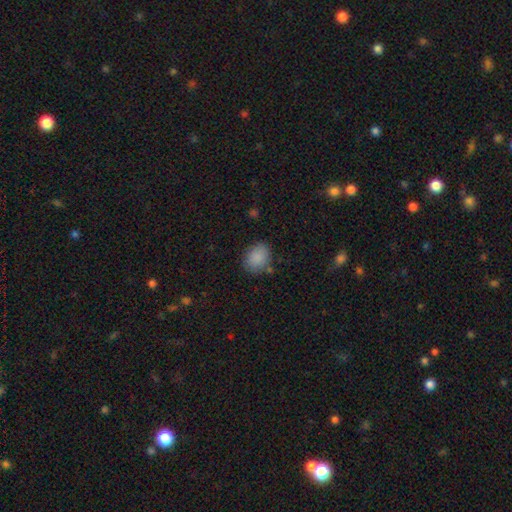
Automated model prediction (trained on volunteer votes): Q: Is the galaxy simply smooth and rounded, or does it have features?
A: smooth — 87%.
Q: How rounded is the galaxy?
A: in between — 56%.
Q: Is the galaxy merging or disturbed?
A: none — 79%.